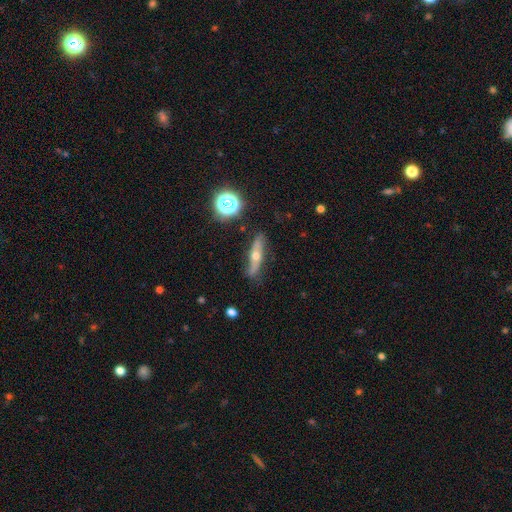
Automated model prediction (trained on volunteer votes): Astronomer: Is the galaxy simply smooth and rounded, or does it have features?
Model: featured or disk — 59%.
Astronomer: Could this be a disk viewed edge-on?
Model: yes — 78%.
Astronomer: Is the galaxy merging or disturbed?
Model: none — 80%.